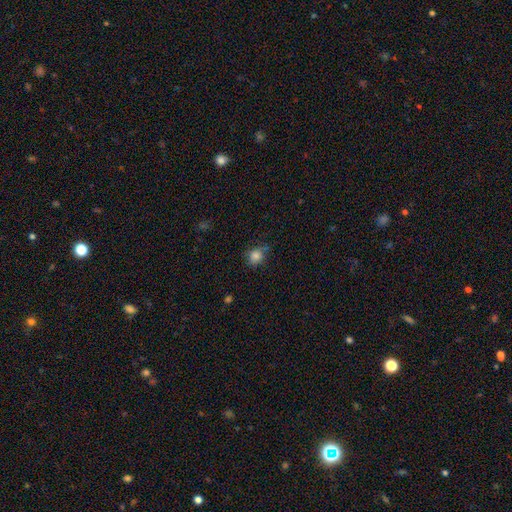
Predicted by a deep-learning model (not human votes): smooth-or-featured: smooth: 82% | star or artifact: 12% | featured or disk: 6%
  how-rounded: round: 74% | in between: 25% | cigar-shaped: 1%
  merging: none: 65% | minor disturbance: 26% | major disturbance: 7% | merger: 2%